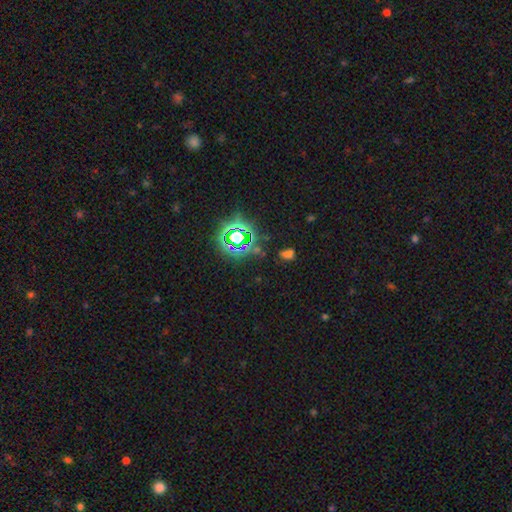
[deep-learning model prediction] Smooth or featured: star or artifact — 75% (smooth — 16%)